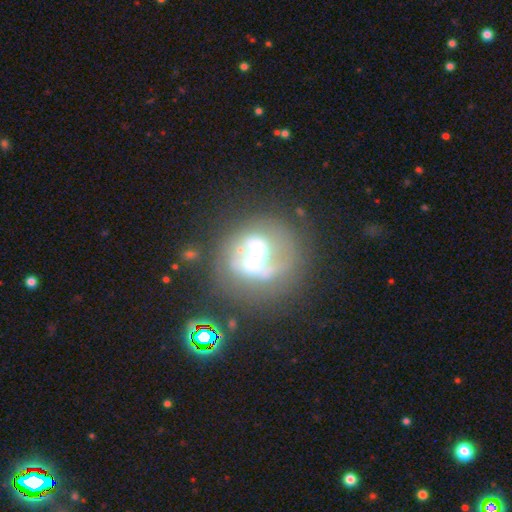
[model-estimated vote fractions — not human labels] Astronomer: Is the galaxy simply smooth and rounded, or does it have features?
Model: featured or disk — 71%.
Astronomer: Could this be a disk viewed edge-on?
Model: no — 96%.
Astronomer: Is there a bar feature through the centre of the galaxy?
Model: strong — 45% (runner-up: weak, 35%).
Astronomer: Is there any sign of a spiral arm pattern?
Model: yes — 69%.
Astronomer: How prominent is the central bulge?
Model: moderate — 43% (runner-up: small, 22%).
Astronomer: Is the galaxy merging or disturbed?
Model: none — 53%.